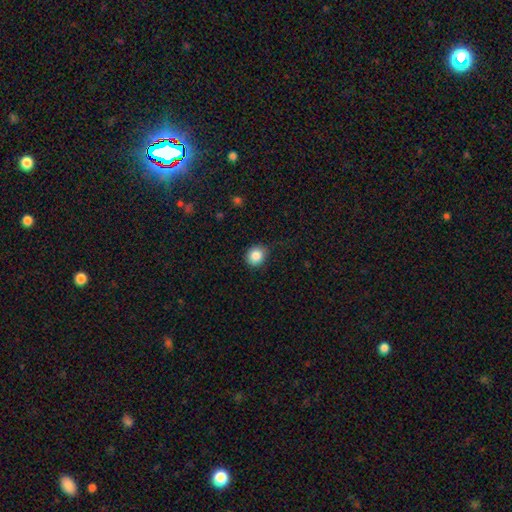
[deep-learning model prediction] Smooth or featured? Predicted: smooth (p=0.86). How rounded? Predicted: round (p=0.81). Merging? Predicted: none (p=0.78).